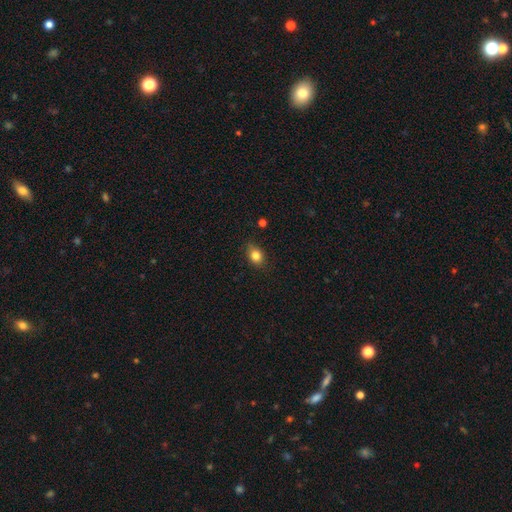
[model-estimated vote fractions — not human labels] The model was most divided on "how rounded": in between: 59%, round: 39%, cigar-shaped: 2%. More confident: smooth or featured — smooth (83%); merging — none (76%).